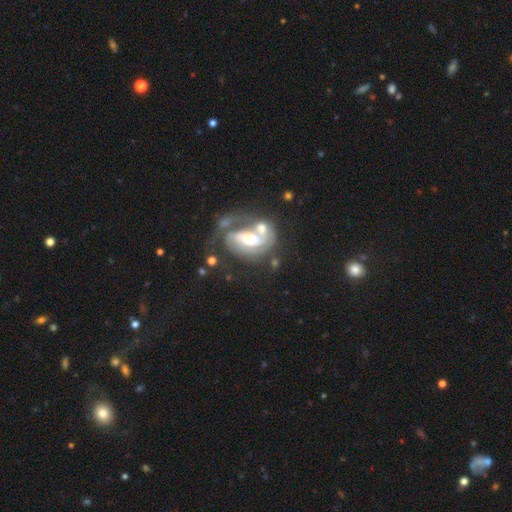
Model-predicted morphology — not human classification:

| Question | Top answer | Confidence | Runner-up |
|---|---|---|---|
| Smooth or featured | featured or disk | 58% | smooth (23%) |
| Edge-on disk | no | 92% | yes (8%) |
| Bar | no | 57% | weak (26%) |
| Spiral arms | no | 53% | yes (47%) |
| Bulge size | moderate | 44% | small (24%) |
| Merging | merger | 38% | none (28%) |